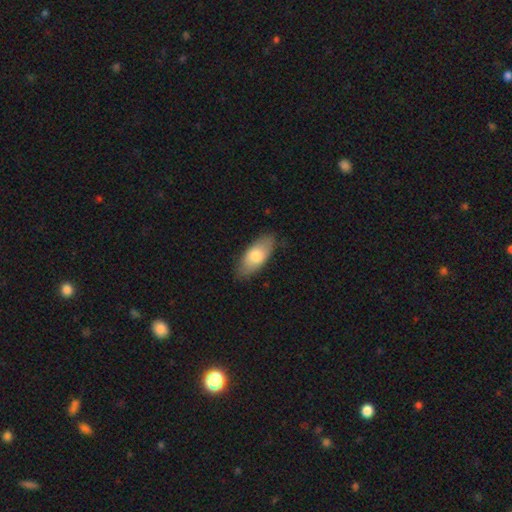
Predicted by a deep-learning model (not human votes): smooth_or_featured: smooth (p=0.75) [alt: featured or disk p=0.20]
how_rounded: in between (p=0.85) [alt: cigar-shaped p=0.12]
merging: none (p=0.81) [alt: minor disturbance p=0.15]